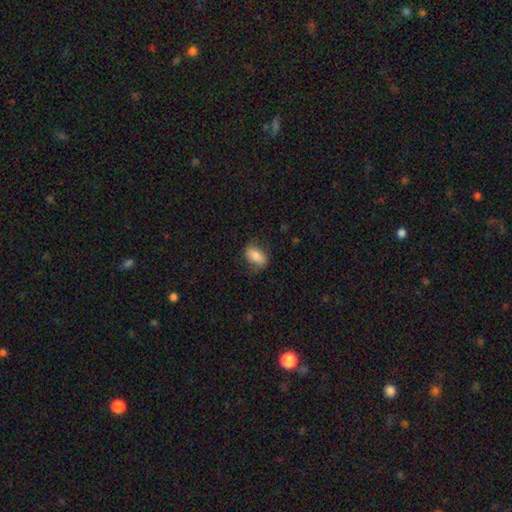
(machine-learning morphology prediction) This is likely a smooth galaxy (78%). How rounded: clearly in between (87%). Merging: likely none (73%).